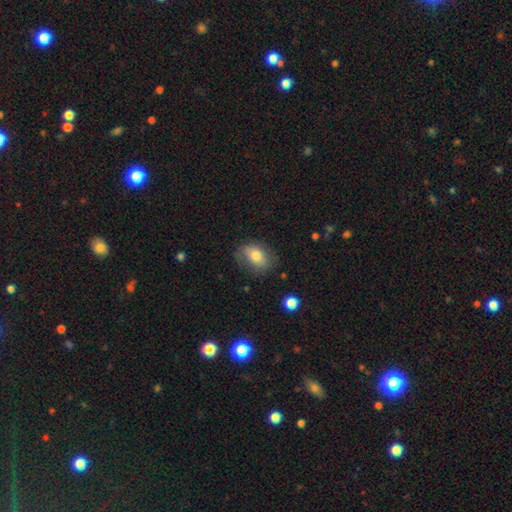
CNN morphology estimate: Q: Smooth or featured?
A: smooth (73%); runner-up: featured or disk (19%)
Q: How rounded?
A: in between (74%); runner-up: round (25%)
Q: Merging?
A: none (72%); runner-up: minor disturbance (20%)